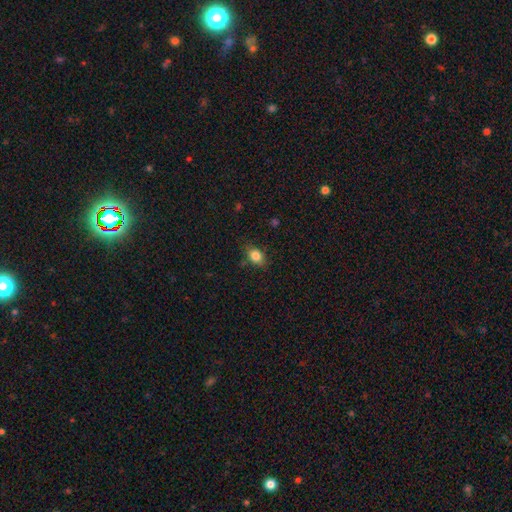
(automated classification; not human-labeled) Q: Smooth or featured?
A: smooth (83%); runner-up: star or artifact (10%)
Q: How rounded?
A: in between (70%); runner-up: round (28%)
Q: Merging?
A: none (80%); runner-up: minor disturbance (15%)